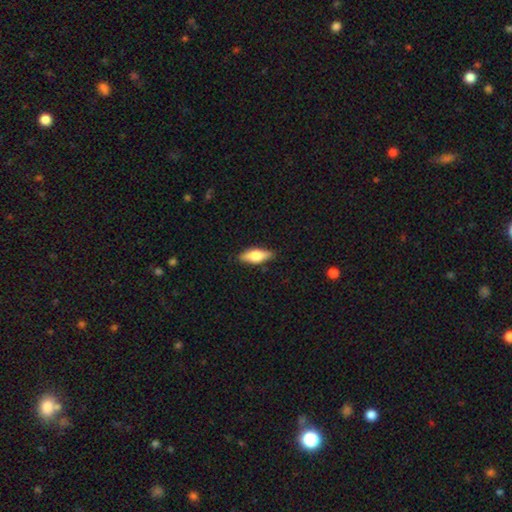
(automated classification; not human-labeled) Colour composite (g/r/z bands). It shows a smooth galaxy with no disk features (63%) that is in between round and cigar-shaped (69%). Merging: none (85%).